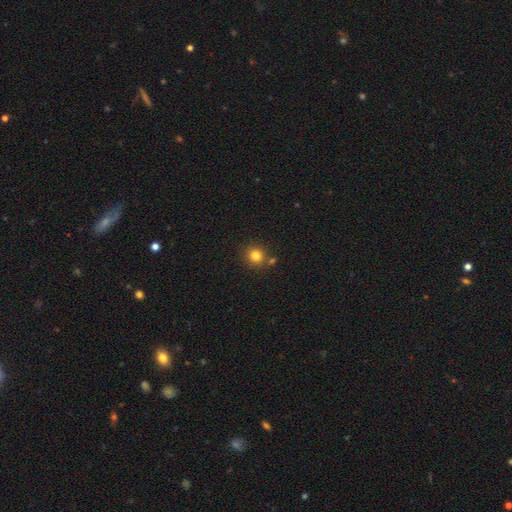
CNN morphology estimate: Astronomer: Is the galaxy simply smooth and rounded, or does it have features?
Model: smooth — 82%.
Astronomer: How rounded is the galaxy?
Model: round — 88%.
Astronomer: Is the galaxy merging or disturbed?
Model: none — 77%.